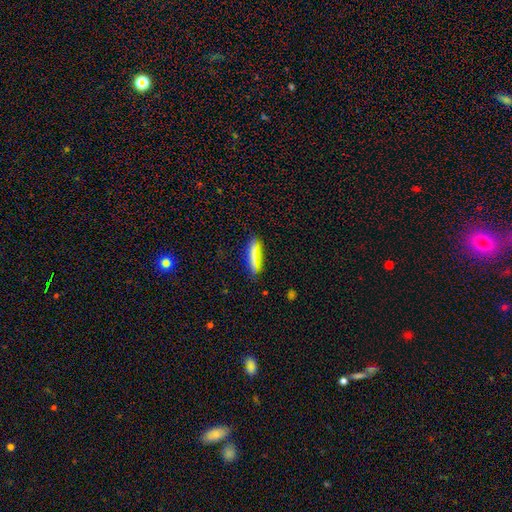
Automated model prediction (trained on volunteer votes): This is likely a smooth galaxy (68%). How rounded: likely cigar-shaped (77%). Merging: clearly none (86%).